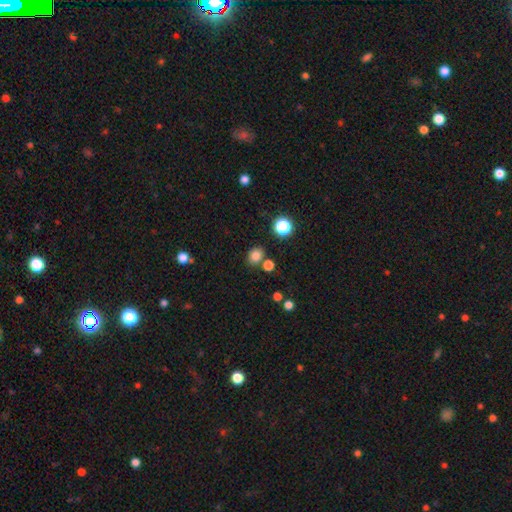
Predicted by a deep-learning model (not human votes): The model was most divided on "how rounded": round: 56%, in between: 43%, cigar-shaped: 1%. More confident: smooth or featured — smooth (80%); merging — none (74%).